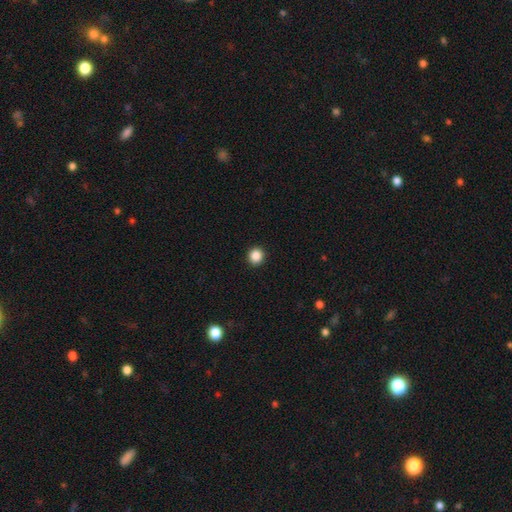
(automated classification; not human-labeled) smooth_or_featured: smooth (p=0.87) [alt: star or artifact p=0.10]
how_rounded: round (p=0.91) [alt: in between p=0.08]
merging: none (p=0.93) [alt: minor disturbance p=0.05]